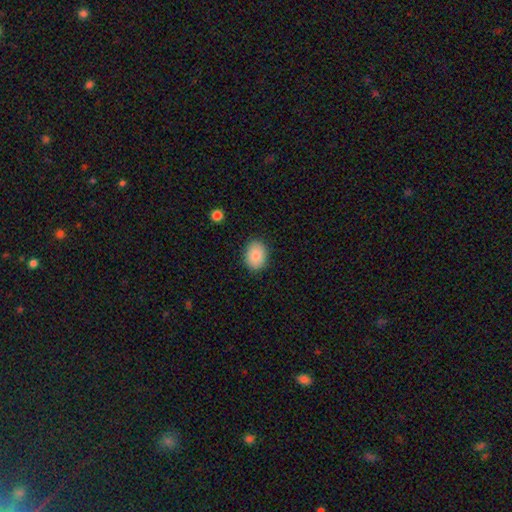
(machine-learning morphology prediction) The model was most divided on "how rounded": in between: 62%, round: 37%, cigar-shaped: 1%. More confident: merging — none (87%); smooth or featured — smooth (87%).